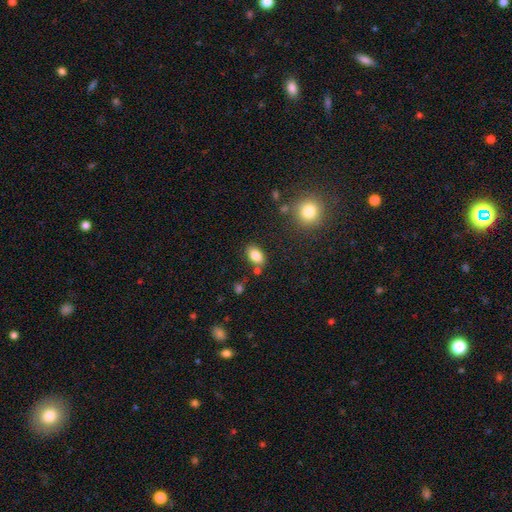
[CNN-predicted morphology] type=smooth (83%); roundness=in between (88%); merging=none (76%).